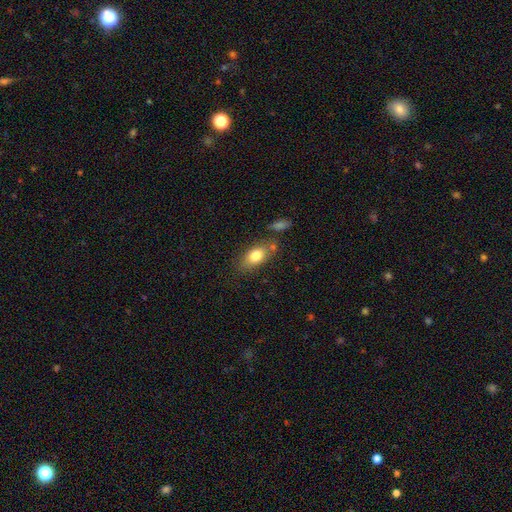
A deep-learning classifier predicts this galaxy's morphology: type=smooth (78%); roundness=in between (84%); merging=none (67%).